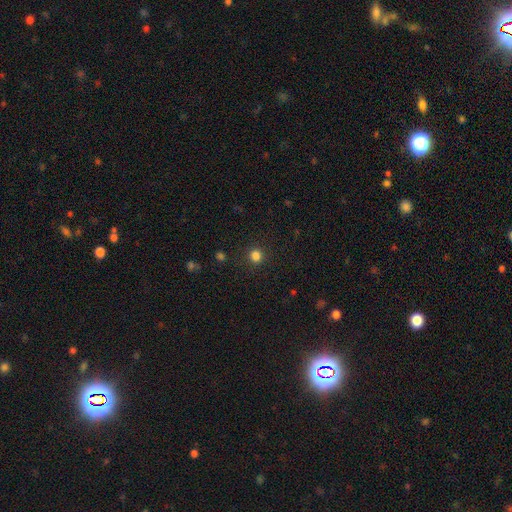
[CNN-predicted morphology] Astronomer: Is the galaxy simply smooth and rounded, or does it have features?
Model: smooth — 83%.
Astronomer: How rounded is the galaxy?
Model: round — 91%.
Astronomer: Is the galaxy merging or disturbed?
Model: none — 91%.